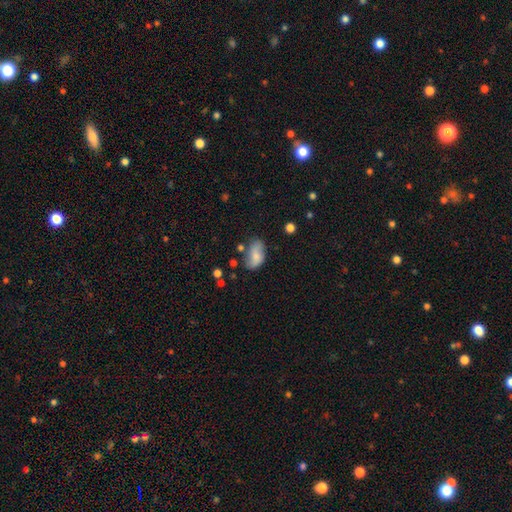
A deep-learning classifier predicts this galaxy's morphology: The model was most divided on "merging": none: 59%, minor disturbance: 27%, major disturbance: 8%, merger: 6%. More confident: how rounded — in between (92%); smooth or featured — smooth (72%).